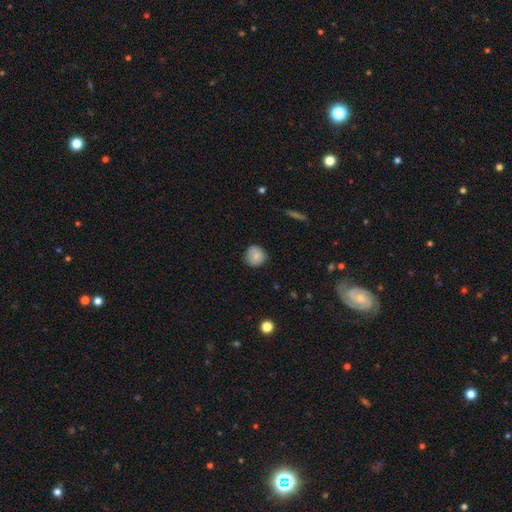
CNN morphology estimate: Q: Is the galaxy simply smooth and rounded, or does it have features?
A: smooth — 78%.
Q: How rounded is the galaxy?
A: round — 90%.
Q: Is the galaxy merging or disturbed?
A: none — 78%.